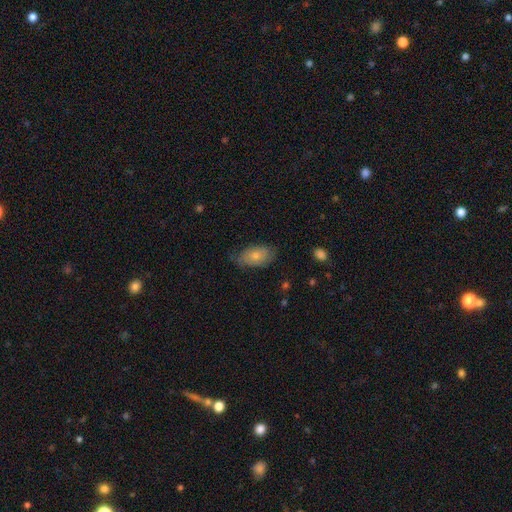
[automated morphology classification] Smooth or featured: smooth — 67% (featured or disk — 26%)
How rounded: in between — 91% (round — 7%)
Merging: none — 59% (minor disturbance — 32%)